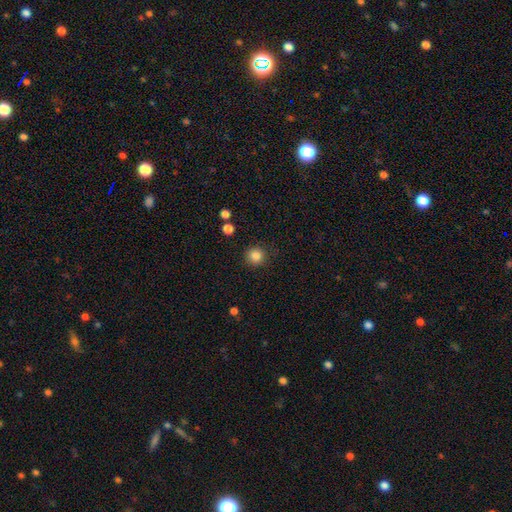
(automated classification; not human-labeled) Smooth or featured: smooth — 85% (star or artifact — 11%)
How rounded: round — 93% (in between — 6%)
Merging: none — 89% (minor disturbance — 7%)